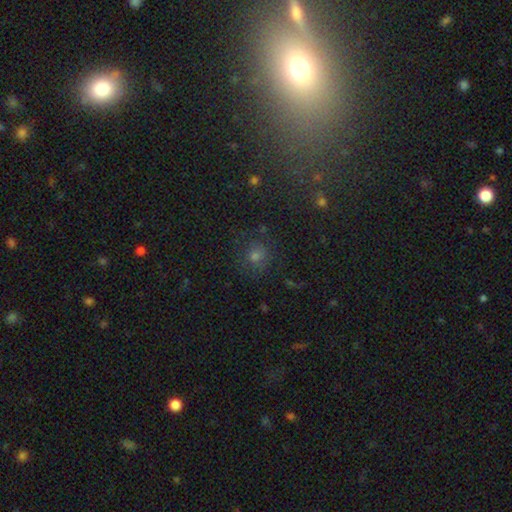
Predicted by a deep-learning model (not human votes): smooth 56%, star or artifact 31%, featured or disk 12%. Down the decision tree: how rounded — round (86%); merging — none (80%).